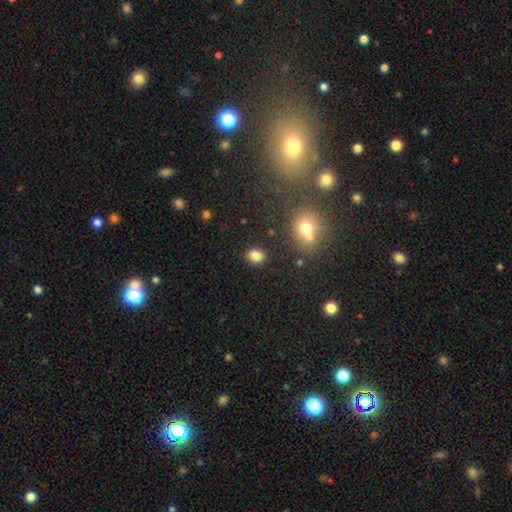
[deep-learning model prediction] Smooth or featured? Predicted: smooth (p=0.83). How rounded? Predicted: round (p=0.56). Merging? Predicted: none (p=0.86).